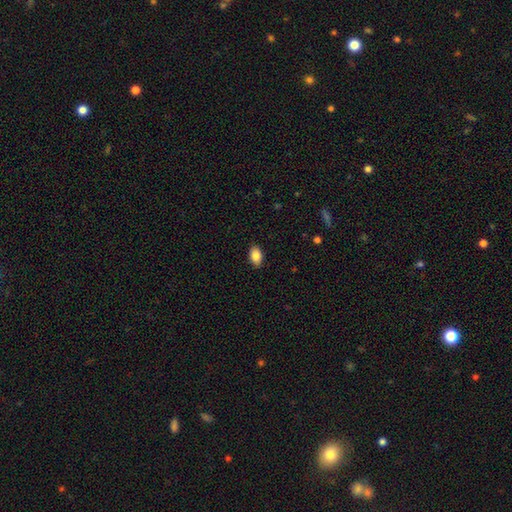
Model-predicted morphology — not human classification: Smooth or featured?
  - smooth: 87% *
  - star or artifact: 7%
  - featured or disk: 5%
How rounded?
  - in between: 89% *
  - round: 10%
  - cigar-shaped: 1%
Merging?
  - none: 89% *
  - minor disturbance: 8%
  - major disturbance: 2%
  - merger: 1%